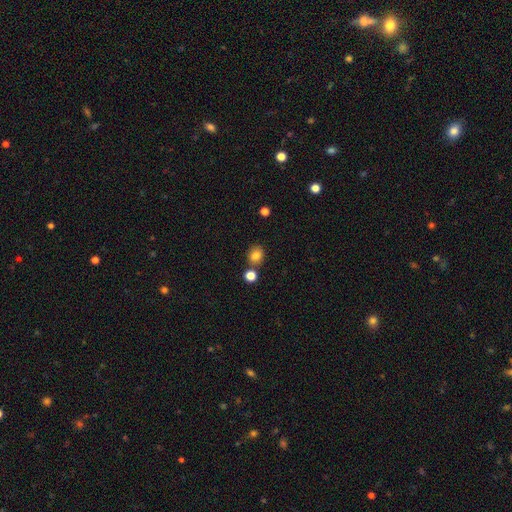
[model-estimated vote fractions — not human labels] smooth-or-featured: smooth: 82% | star or artifact: 12% | featured or disk: 6%
  how-rounded: round: 68% | in between: 31% | cigar-shaped: 1%
  merging: none: 75% | merger: 12% | minor disturbance: 10% | major disturbance: 3%